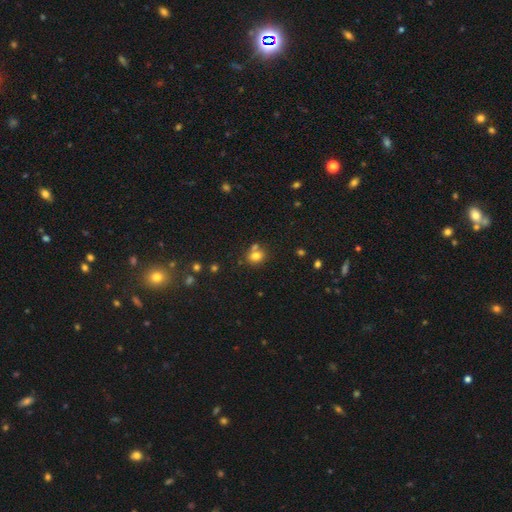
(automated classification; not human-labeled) smooth_or_featured: smooth (p=0.77) [alt: star or artifact p=0.14]
how_rounded: round (p=0.63) [alt: in between p=0.36]
merging: none (p=0.59) [alt: merger p=0.26]